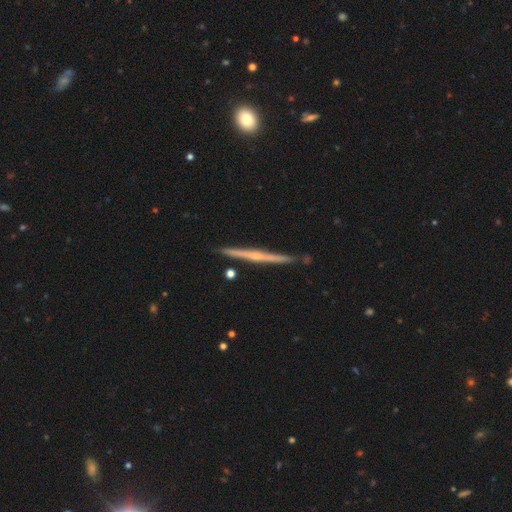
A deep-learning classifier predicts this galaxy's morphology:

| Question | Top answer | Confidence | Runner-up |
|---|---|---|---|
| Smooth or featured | featured or disk | 76% | smooth (19%) |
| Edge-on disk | yes | 98% | no (2%) |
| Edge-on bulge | rounded | 53% | none (41%) |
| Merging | none | 88% | minor disturbance (8%) |